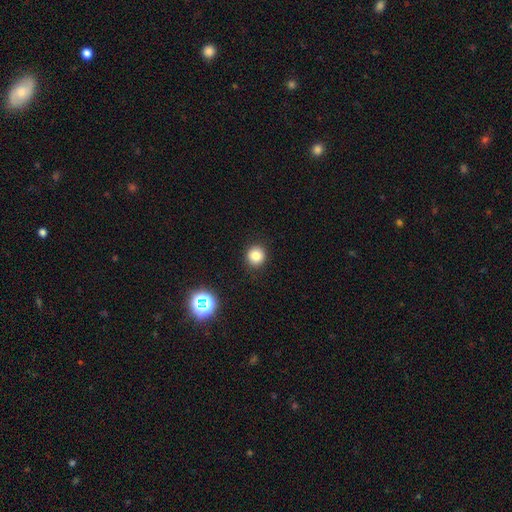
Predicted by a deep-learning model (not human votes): smooth_or_featured: smooth (p=0.80) [alt: star or artifact p=0.14]
how_rounded: round (p=0.91) [alt: in between p=0.08]
merging: none (p=0.91) [alt: minor disturbance p=0.06]